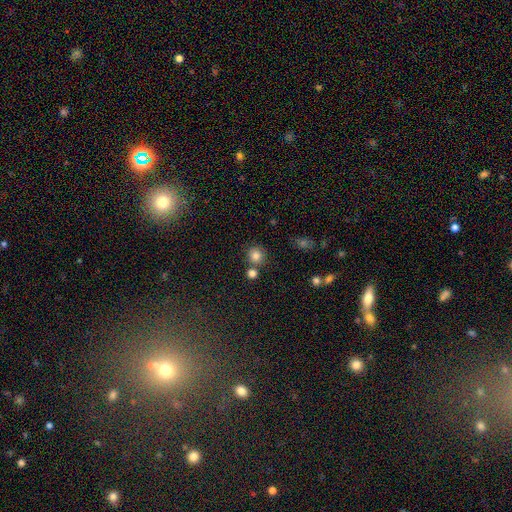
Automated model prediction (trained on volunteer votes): A smooth galaxy with no disk features (81%) that is round (90%). Merging: none (72%).